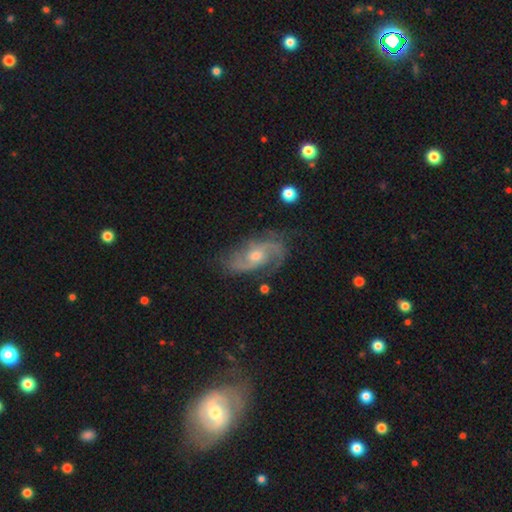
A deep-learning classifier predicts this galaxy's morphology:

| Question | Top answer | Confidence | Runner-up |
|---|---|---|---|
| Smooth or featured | featured or disk | 87% | smooth (7%) |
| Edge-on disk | no | 96% | yes (4%) |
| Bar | no | 57% | weak (37%) |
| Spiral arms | yes | 97% | no (3%) |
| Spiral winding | medium | 53% | loose (25%) |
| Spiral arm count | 2 | 79% | 3 (8%) |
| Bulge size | moderate | 60% | small (34%) |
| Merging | none | 71% | minor disturbance (19%) |